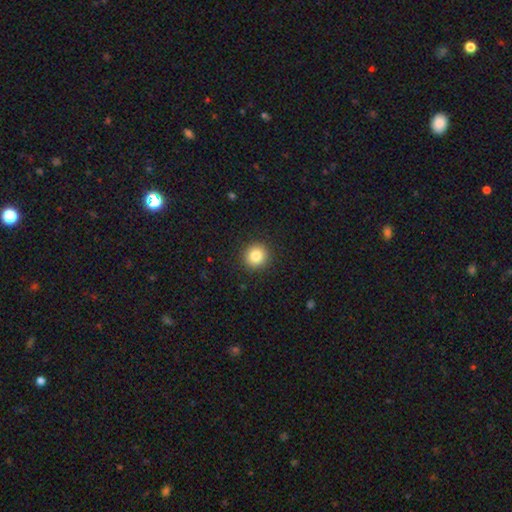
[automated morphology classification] type=smooth (85%); roundness=round (92%); merging=none (92%).